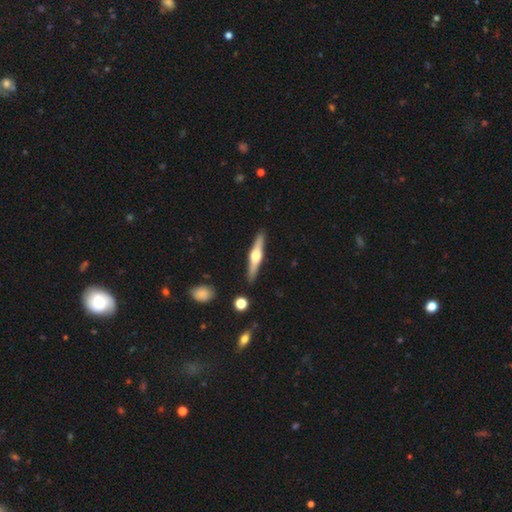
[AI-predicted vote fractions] Q: Smooth or featured?
A: featured or disk (68%); runner-up: smooth (27%)
Q: Edge-on disk?
A: yes (97%); runner-up: no (3%)
Q: Edge-on bulge?
A: rounded (94%); runner-up: boxy (4%)
Q: Merging?
A: none (89%); runner-up: minor disturbance (7%)